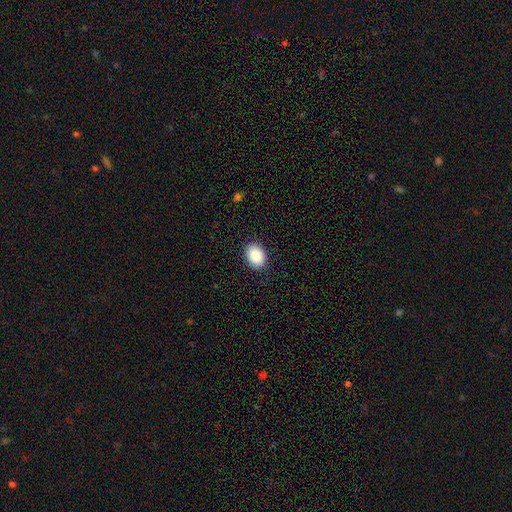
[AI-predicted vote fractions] This appears to be a smooth galaxy with no disk features (91%) that is in between round and cigar-shaped (76%). Merging: none (88%).